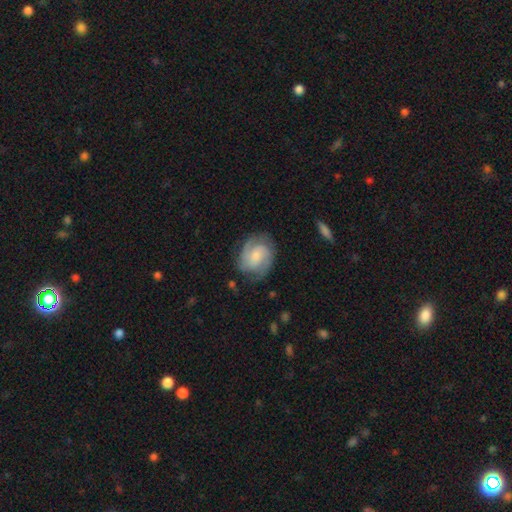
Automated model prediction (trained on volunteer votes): smooth-or-featured: featured or disk: 74% | smooth: 20% | star or artifact: 6%
  disk-edge-on: no: 98% | yes: 2%
    bar: no: 57% | weak: 36% | strong: 6%
    has-spiral-arms: yes: 94% | no: 6%
      spiral-winding: tight: 44% (tied) | medium: 44% (tied) | loose: 12%
      spiral-arm-count: 2: 65% | can't tell: 14% | 3: 13% | 1: 3% | 4: 3% | more than 4: 2%
    bulge-size: small: 54% | moderate: 34% | none: 7% | large: 4% | dominant: 1%
  merging: none: 72% | minor disturbance: 19% | major disturbance: 8% | merger: 1%